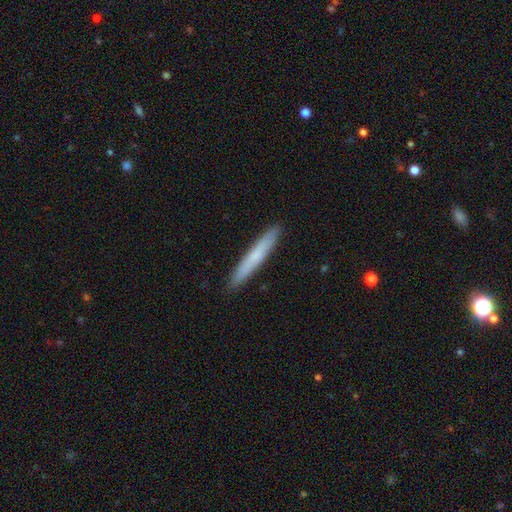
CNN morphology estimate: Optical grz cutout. It shows a smooth galaxy with no disk features (62%) that is cigar-shaped (96%). Merging: none (92%).